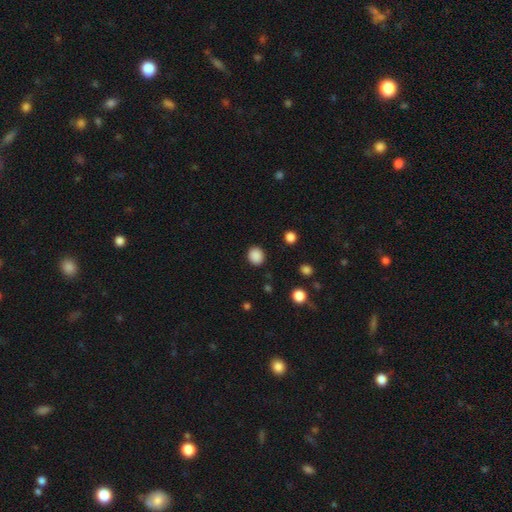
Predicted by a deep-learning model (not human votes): Overall: smooth (87%). How rounded: round (73%). Merging: none (89%).